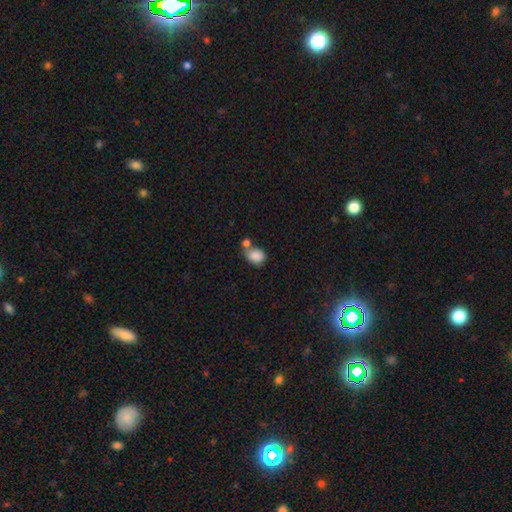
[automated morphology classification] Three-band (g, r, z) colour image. It shows a smooth galaxy with no disk features (86%) that is in between round and cigar-shaped (55%). Merging: none (42%).